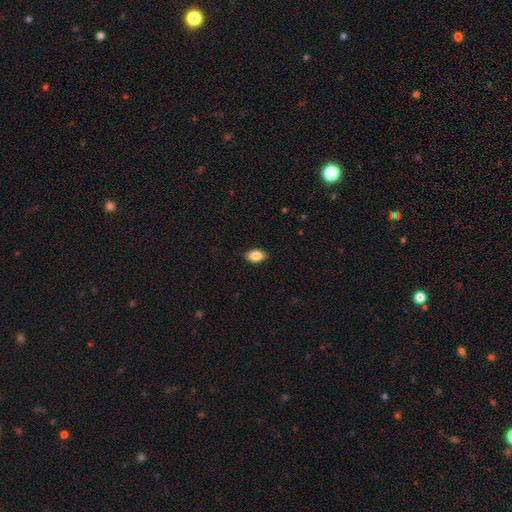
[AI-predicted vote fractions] Smooth or featured? smooth (86%)
How rounded? in between (91%)
Merging? none (88%)